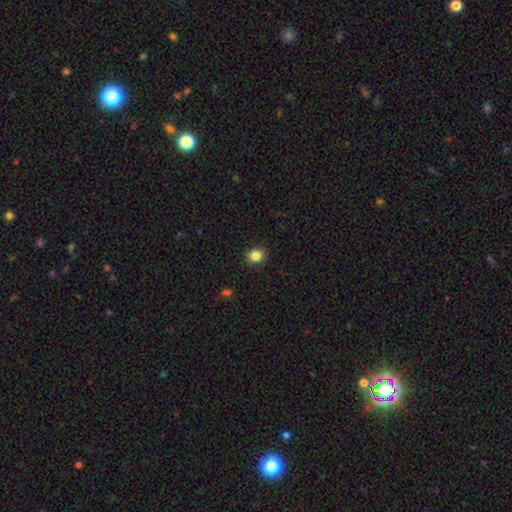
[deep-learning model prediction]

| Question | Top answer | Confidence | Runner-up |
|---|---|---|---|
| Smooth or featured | smooth | 84% | star or artifact (11%) |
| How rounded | round | 73% | in between (26%) |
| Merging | none | 90% | minor disturbance (7%) |